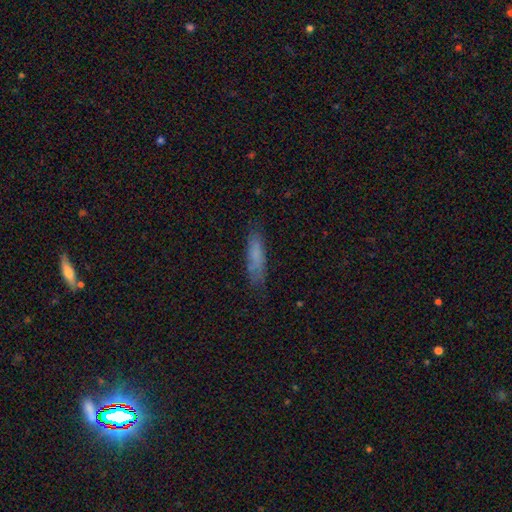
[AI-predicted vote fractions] smooth_or_featured: smooth (p=0.73) [alt: featured or disk p=0.19]
how_rounded: cigar-shaped (p=0.74) [alt: in between p=0.24]
merging: none (p=0.74) [alt: minor disturbance p=0.19]